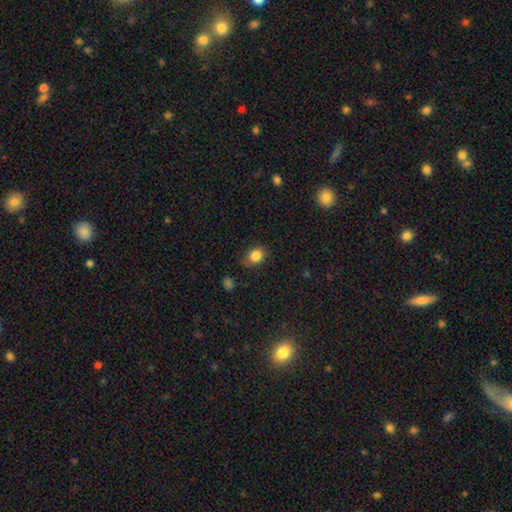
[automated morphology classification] Smooth or featured: smooth — 85% (star or artifact — 10%)
How rounded: round — 51% (in between — 48%)
Merging: none — 77% (minor disturbance — 18%)